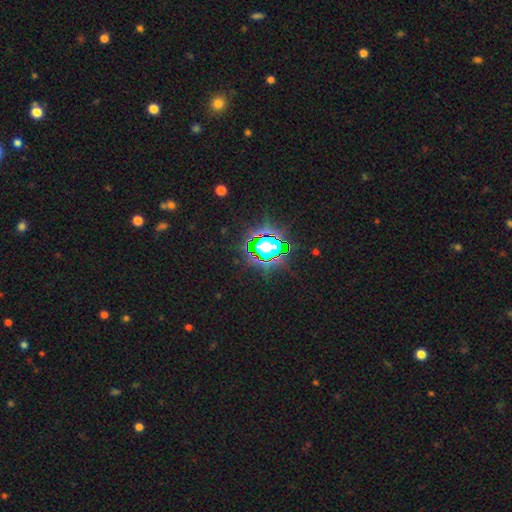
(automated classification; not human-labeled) Q: Smooth or featured?
A: star or artifact (79%); runner-up: smooth (12%)